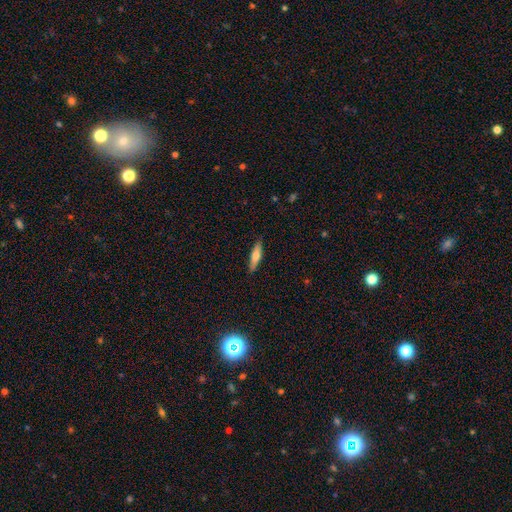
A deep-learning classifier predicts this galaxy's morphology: smooth-or-featured: smooth: 62% | featured or disk: 32% | star or artifact: 6%
  how-rounded: cigar-shaped: 75% | in between: 23% | round: 2%
  merging: none: 87% | minor disturbance: 10% | major disturbance: 2% | merger: 1%